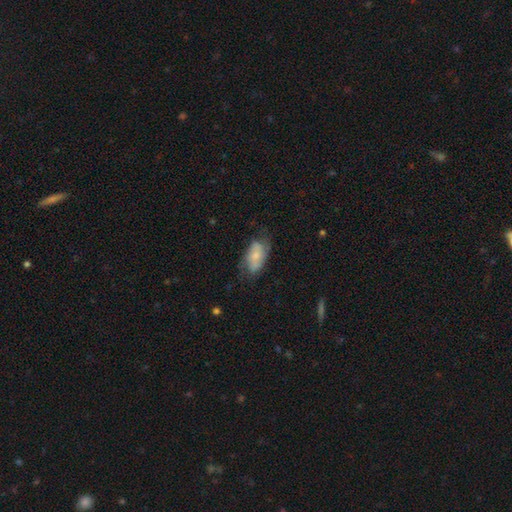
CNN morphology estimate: Smooth or featured? Predicted: smooth (p=0.51). How rounded? Predicted: in between (p=0.91). Merging? Predicted: none (p=0.55).